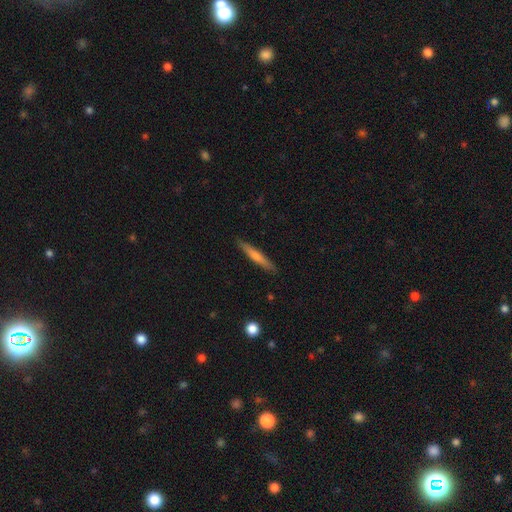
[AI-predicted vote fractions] A smooth galaxy with no disk features (59%) that is cigar-shaped (94%).

Vote fractions:
- Smooth or featured? smooth: 59% / featured or disk: 36% / star or artifact: 6%
- How rounded? cigar-shaped: 94% / in between: 4% / round: 1%
- Merging? none: 90% / minor disturbance: 8% / major disturbance: 1% / merger: 1%